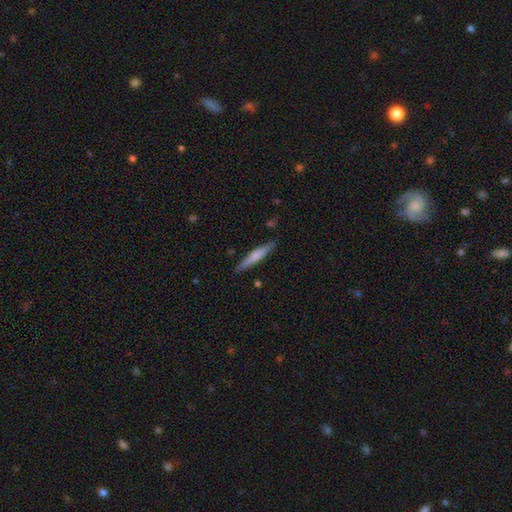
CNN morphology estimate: smooth-or-featured: smooth: 62% | featured or disk: 32% | star or artifact: 5%
  how-rounded: cigar-shaped: 94% | in between: 5% | round: 1%
  merging: none: 88% | minor disturbance: 9% | major disturbance: 2% | merger: 2%